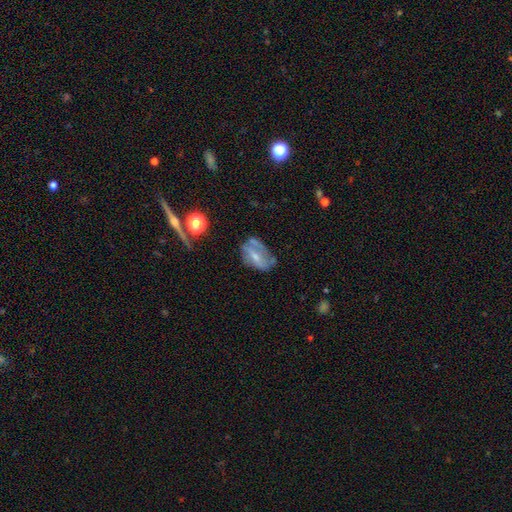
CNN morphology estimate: smooth-or-featured: featured or disk: 59% | smooth: 31% | star or artifact: 10%
  disk-edge-on: no: 92% | yes: 8%
    bar: weak: 38% | no: 34% | strong: 27%
    has-spiral-arms: yes: 56% | no: 44%
    bulge-size: small: 54% | moderate: 36% | none: 7% | large: 2% | dominant: 1%
  merging: none: 48% | minor disturbance: 28% | major disturbance: 19% | merger: 5%